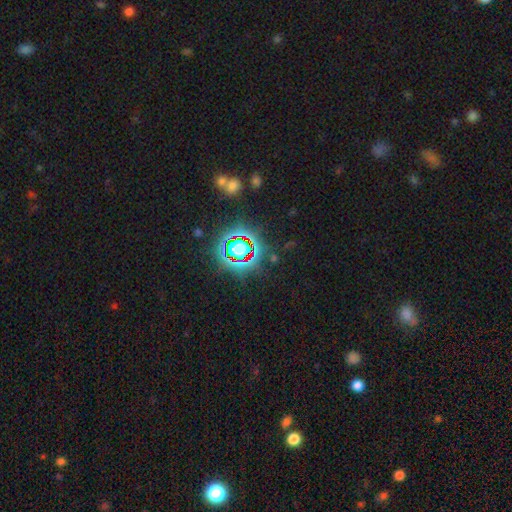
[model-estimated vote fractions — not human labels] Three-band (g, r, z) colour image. It shows a star or artifact, not a galaxy (79%).